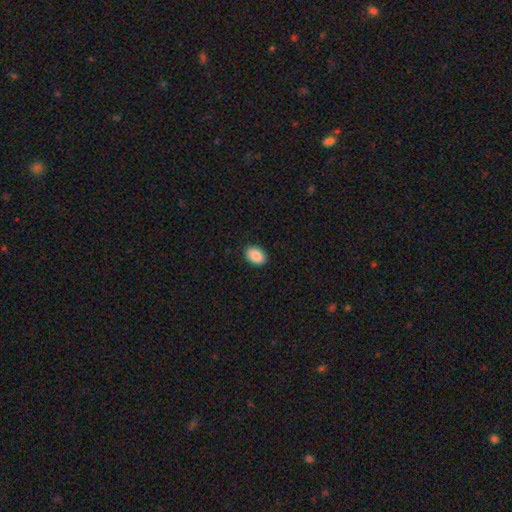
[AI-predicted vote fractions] This appears to be a smooth galaxy with no disk features (90%) that is in between round and cigar-shaped (85%). Merging: none (90%).